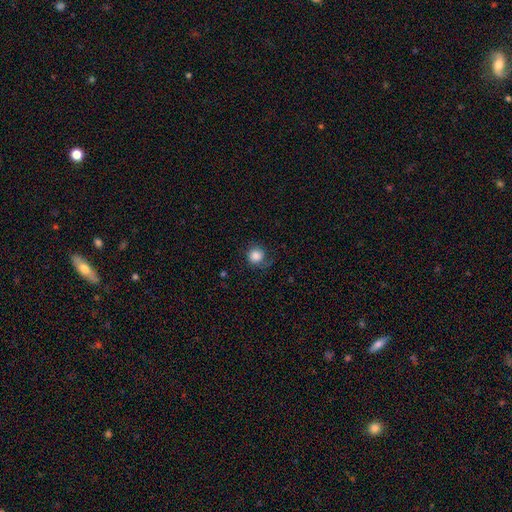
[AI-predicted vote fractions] smooth 80%, featured or disk 11%, star or artifact 9%. Down the decision tree: how rounded — round (89%); merging — none (65%).